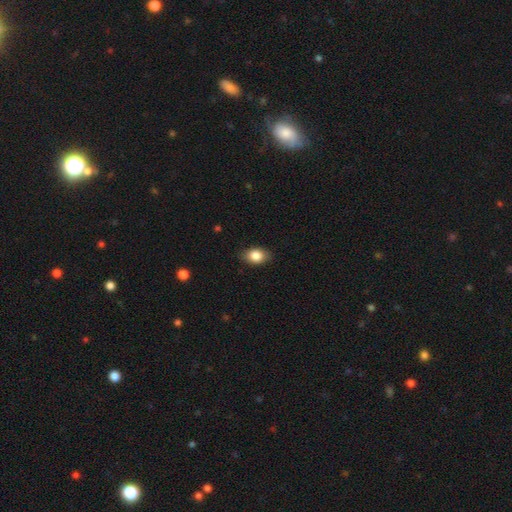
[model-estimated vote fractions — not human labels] A smooth galaxy with no disk features (84%) that is in between round and cigar-shaped (84%). Merging: none (84%).